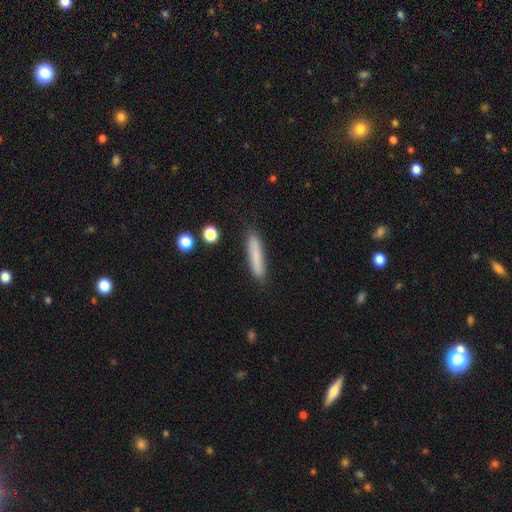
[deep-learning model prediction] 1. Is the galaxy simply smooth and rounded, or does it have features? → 80% smooth, 13% featured or disk, 8% star or artifact.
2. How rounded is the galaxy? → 90% cigar-shaped, 9% in between, 1% round.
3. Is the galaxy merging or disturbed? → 85% none, 11% minor disturbance, 3% major disturbance, 2% merger.